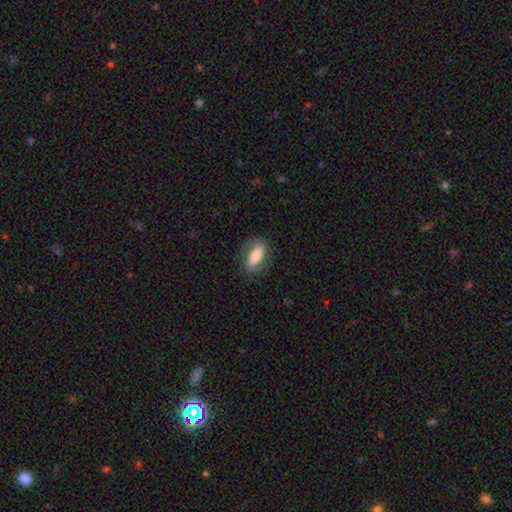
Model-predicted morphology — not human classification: smooth_or_featured: smooth (p=0.56) [alt: featured or disk p=0.37]
how_rounded: in between (p=0.80) [alt: cigar-shaped p=0.16]
merging: none (p=0.75) [alt: minor disturbance p=0.16]